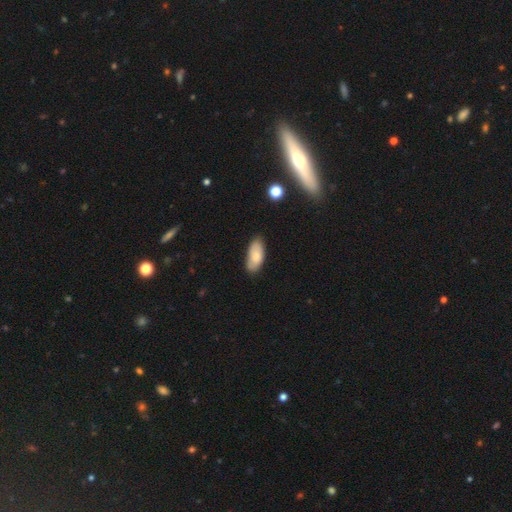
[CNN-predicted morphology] The model was most divided on "merging": none: 76%, minor disturbance: 20%, major disturbance: 3%, merger: 2%. More confident: how rounded — in between (90%); smooth or featured — smooth (78%).